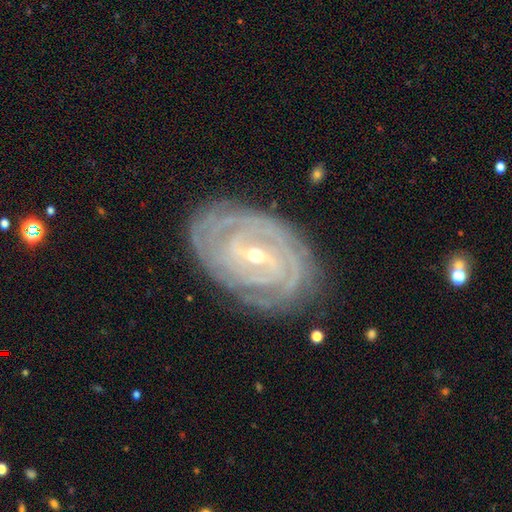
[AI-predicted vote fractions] smooth-or-featured: featured or disk: 89% | smooth: 6% | star or artifact: 5%
  disk-edge-on: no: 96% | yes: 4%
    bar: weak: 47% | strong: 32% | no: 21%
    has-spiral-arms: yes: 97% | no: 3%
      spiral-winding: tight: 83% | medium: 15% | loose: 3%
      spiral-arm-count: can't tell: 28% | 3: 20% | 4: 19% | 2: 18% | more than 4: 8% | 1: 6%
    bulge-size: small: 61% | moderate: 37% | large: 1% | none: 1% | dominant: 1%
  merging: none: 80% | minor disturbance: 15% | major disturbance: 4% | merger: 1%